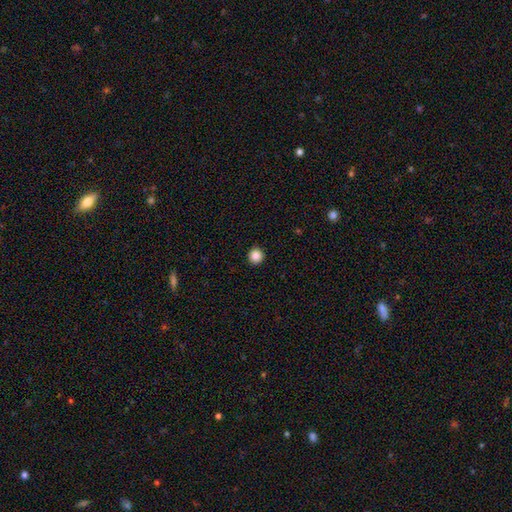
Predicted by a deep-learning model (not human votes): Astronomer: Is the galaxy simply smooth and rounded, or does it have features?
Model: smooth — 87%.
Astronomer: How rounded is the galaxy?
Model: round — 94%.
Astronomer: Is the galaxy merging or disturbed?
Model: none — 93%.